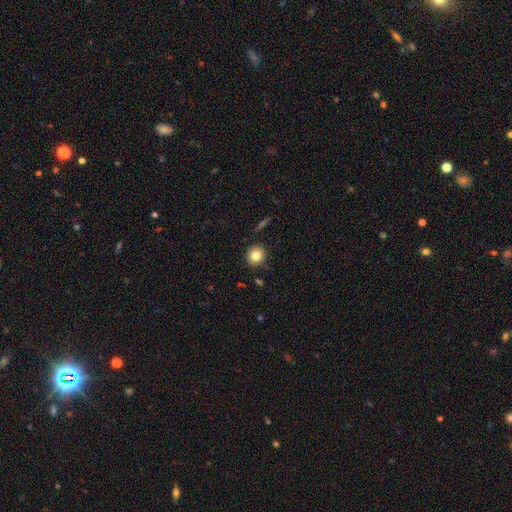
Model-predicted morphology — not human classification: The model was most divided on "smooth or featured": smooth: 81%, star or artifact: 10%, featured or disk: 9%. More confident: merging — none (89%); how rounded — round (88%).